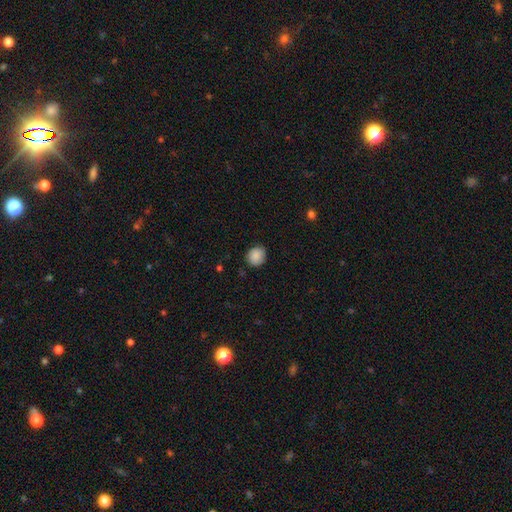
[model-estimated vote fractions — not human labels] Morphology: type=smooth (88%); roundness=round (77%); merging=none (83%).